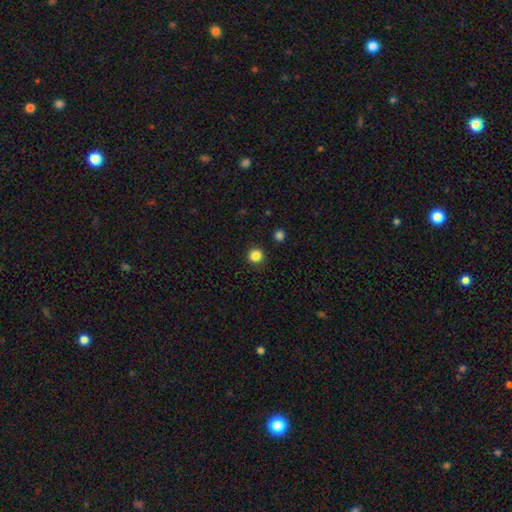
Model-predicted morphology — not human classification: Smooth or featured?
  - smooth: 85% *
  - star or artifact: 12%
  - featured or disk: 3%
How rounded?
  - round: 95% *
  - in between: 4%
  - cigar-shaped: 1%
Merging?
  - none: 92% *
  - minor disturbance: 5%
  - major disturbance: 2%
  - merger: 2%